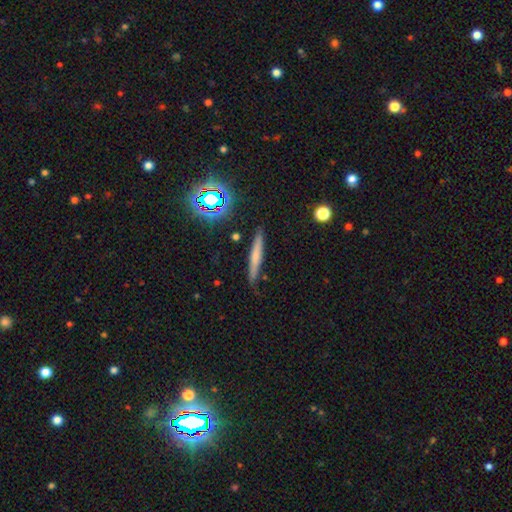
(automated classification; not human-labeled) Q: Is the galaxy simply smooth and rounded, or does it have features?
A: smooth — 52%.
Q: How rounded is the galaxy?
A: cigar-shaped — 93%.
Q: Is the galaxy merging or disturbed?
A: none — 84%.